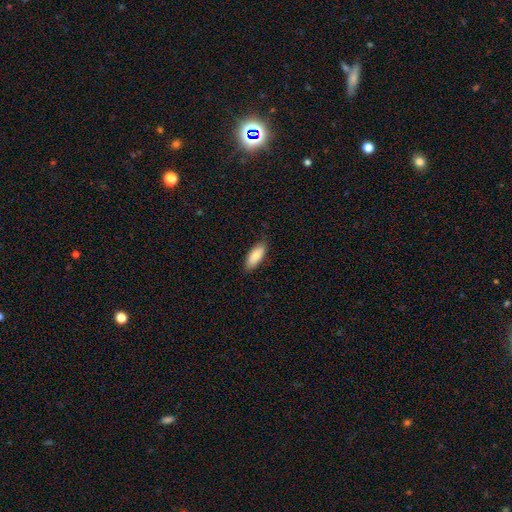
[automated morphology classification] smooth-or-featured: smooth: 86% | featured or disk: 9% | star or artifact: 6%
  how-rounded: in between: 78% | cigar-shaped: 20% | round: 2%
  merging: none: 83% | minor disturbance: 13% | major disturbance: 2% | merger: 1%